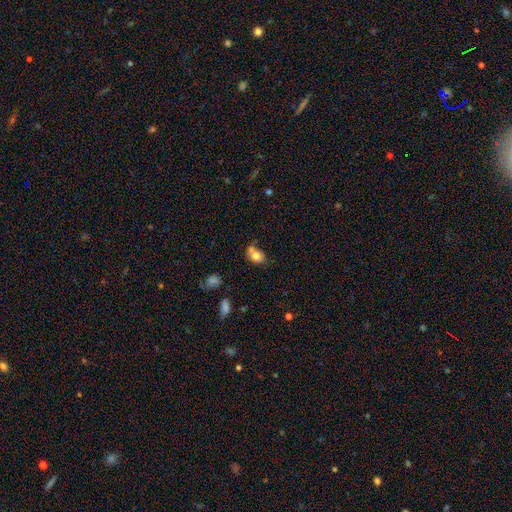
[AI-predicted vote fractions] smooth_or_featured: smooth (p=0.76) [alt: featured or disk p=0.14]
how_rounded: in between (p=0.69) [alt: round p=0.30]
merging: none (p=0.44) [alt: merger p=0.25]